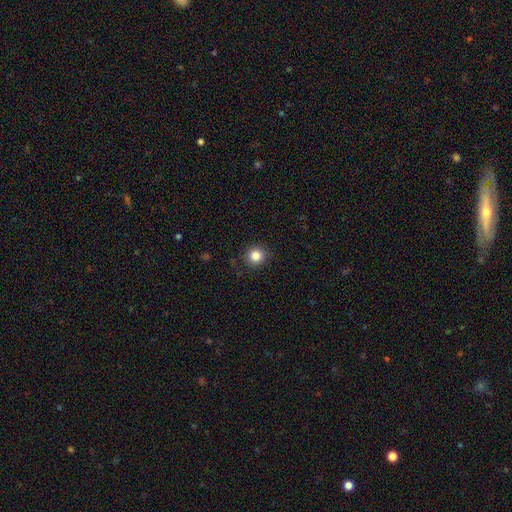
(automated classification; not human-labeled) Smooth or featured?
  - smooth: 84% *
  - star or artifact: 11%
  - featured or disk: 5%
How rounded?
  - round: 92% *
  - in between: 7%
  - cigar-shaped: 1%
Merging?
  - none: 89% *
  - minor disturbance: 7%
  - major disturbance: 2%
  - merger: 1%